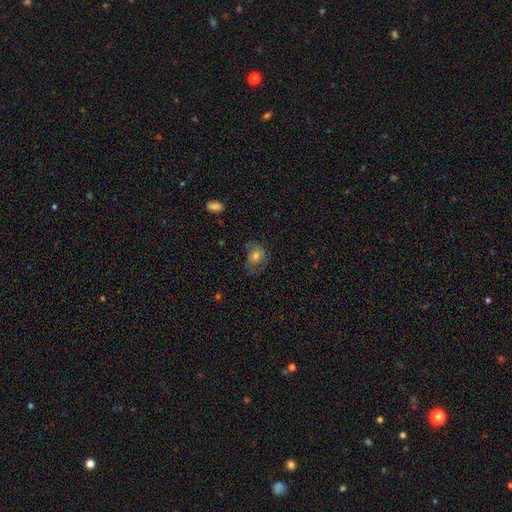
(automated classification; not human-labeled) smooth-or-featured: smooth: 58% | featured or disk: 30% | star or artifact: 13%
  how-rounded: round: 61% | in between: 38% | cigar-shaped: 1%
  merging: none: 55% | minor disturbance: 26% | major disturbance: 17% | merger: 2%